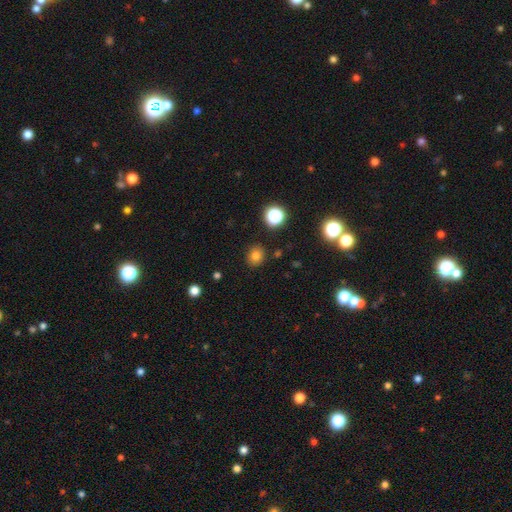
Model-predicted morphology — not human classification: Smooth or featured? smooth (78%)
How rounded? round (80%)
Merging? none (88%)